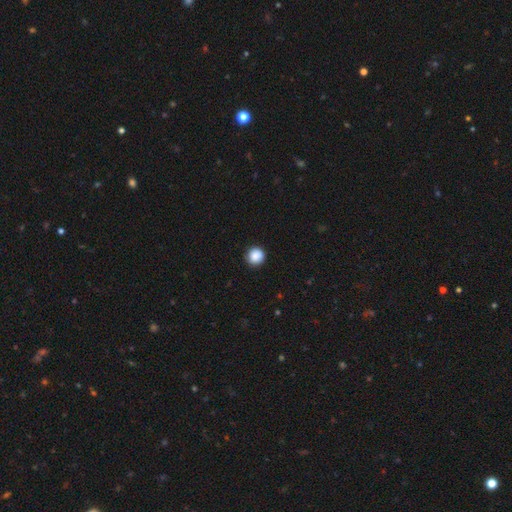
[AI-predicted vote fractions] Smooth or featured?
  - smooth: 88% *
  - star or artifact: 9%
  - featured or disk: 3%
How rounded?
  - round: 94% *
  - in between: 5%
  - cigar-shaped: 1%
Merging?
  - none: 89% *
  - minor disturbance: 8%
  - major disturbance: 2%
  - merger: 1%